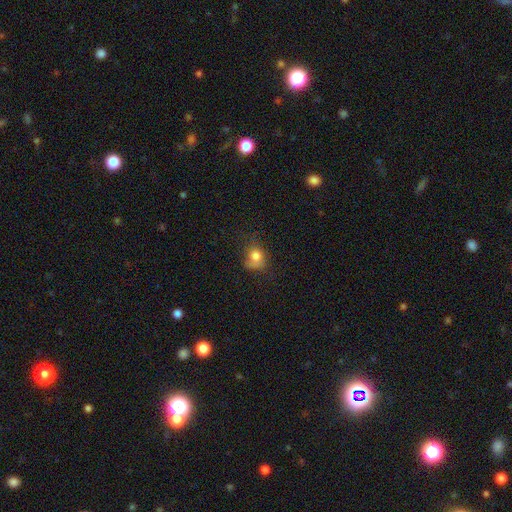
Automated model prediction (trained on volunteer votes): smooth_or_featured: smooth (p=0.78) [alt: star or artifact p=0.12]
how_rounded: round (p=0.61) [alt: in between p=0.38]
merging: none (p=0.46) [alt: minor disturbance p=0.32]